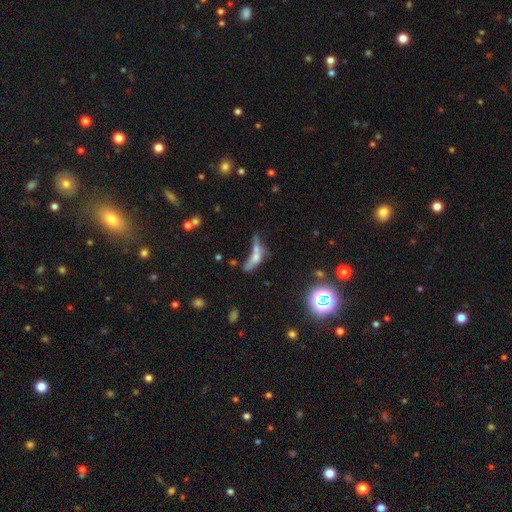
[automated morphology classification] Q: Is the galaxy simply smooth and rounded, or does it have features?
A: smooth — 50%.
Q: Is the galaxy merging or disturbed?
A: merger — 50%.